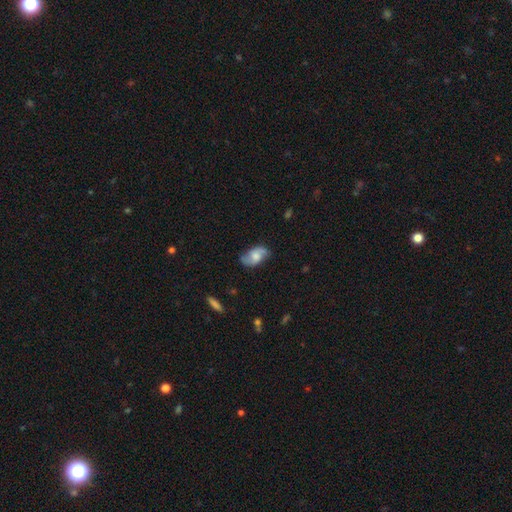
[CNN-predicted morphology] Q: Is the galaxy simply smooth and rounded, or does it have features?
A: featured or disk — 52%.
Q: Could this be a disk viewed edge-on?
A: no — 94%.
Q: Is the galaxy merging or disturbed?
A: none — 71%.